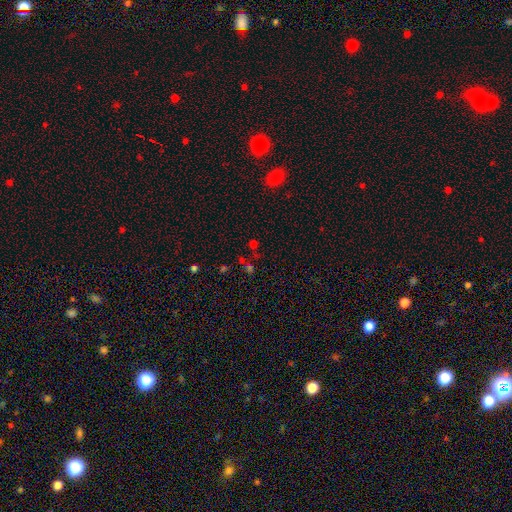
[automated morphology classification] smooth-or-featured: star or artifact: 48% | smooth: 43% | featured or disk: 10%